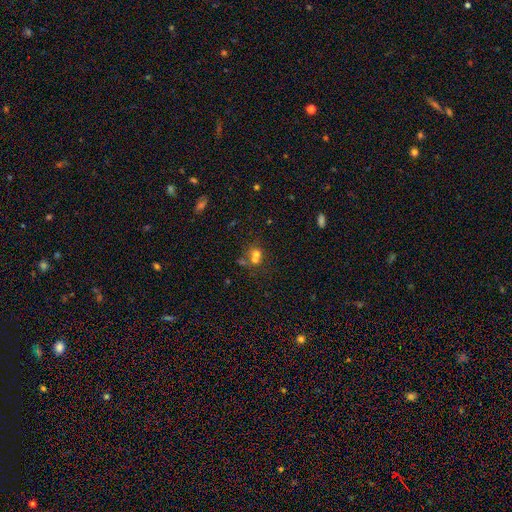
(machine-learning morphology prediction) type=smooth (63%); roundness=round (75%); merging=merger (53%).